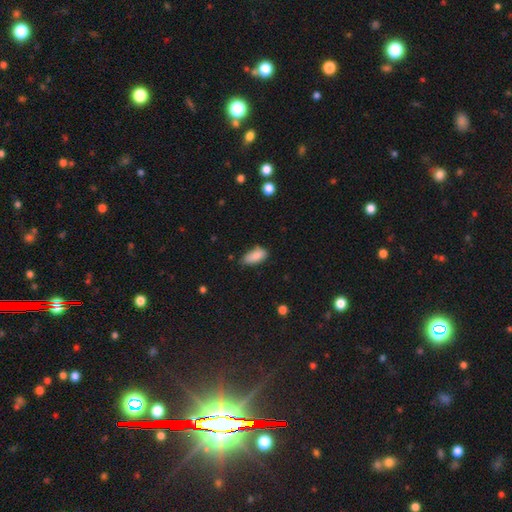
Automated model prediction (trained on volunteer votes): Smooth or featured? smooth (86%)
How rounded? in between (88%)
Merging? none (61%)